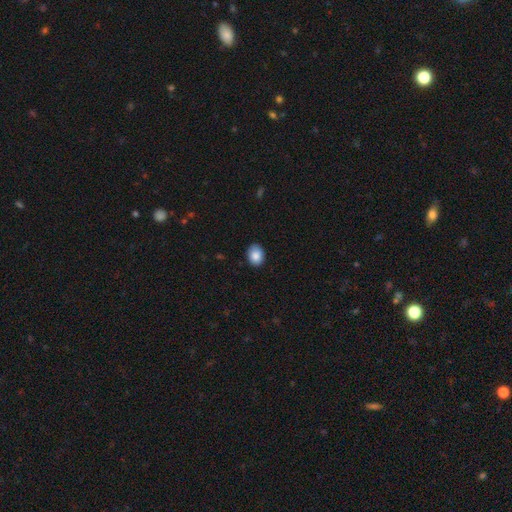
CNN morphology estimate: type=smooth (87%); roundness=in between (56%); merging=none (86%).